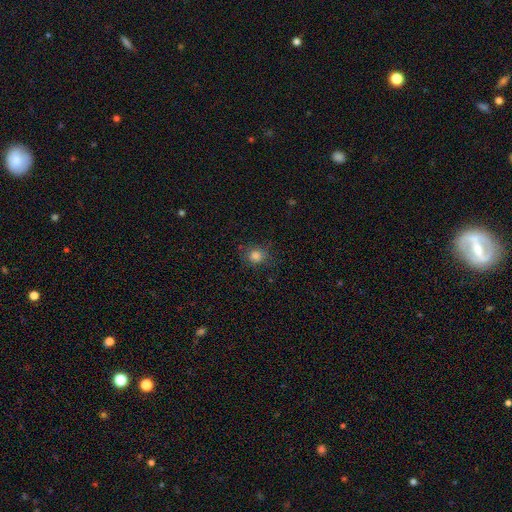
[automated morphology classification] This appears to be a smooth galaxy with no disk features (80%) that is round (81%). Merging: none (79%).